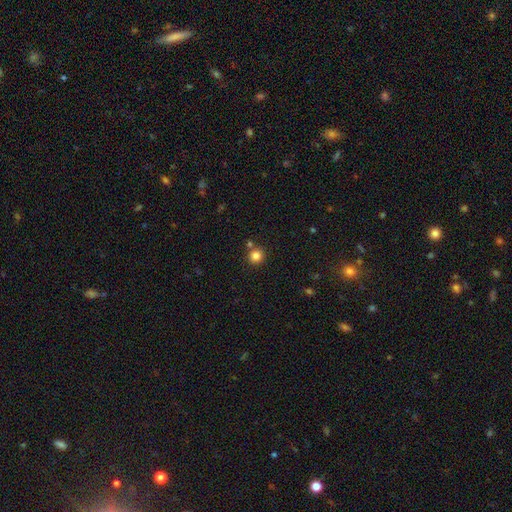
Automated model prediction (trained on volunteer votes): Smooth or featured: smooth — 83% (star or artifact — 12%)
How rounded: round — 93% (in between — 6%)
Merging: none — 80% (merger — 11%)